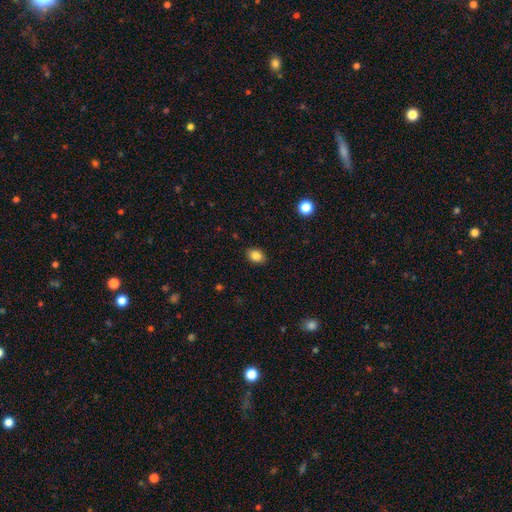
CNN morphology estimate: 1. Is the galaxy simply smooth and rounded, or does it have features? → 85% smooth, 9% star or artifact, 5% featured or disk.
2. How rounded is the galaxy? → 74% in between, 25% round, 1% cigar-shaped.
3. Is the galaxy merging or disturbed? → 88% none, 9% minor disturbance, 2% major disturbance, 1% merger.